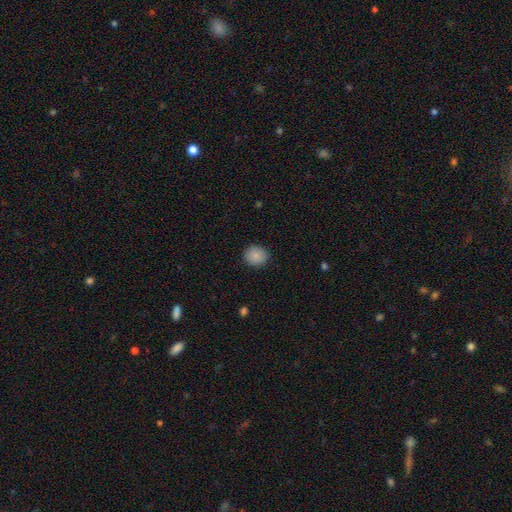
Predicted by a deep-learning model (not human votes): The model was most divided on "how rounded": round: 73%, in between: 26%, cigar-shaped: 1%. More confident: merging — none (88%); smooth or featured — smooth (86%).